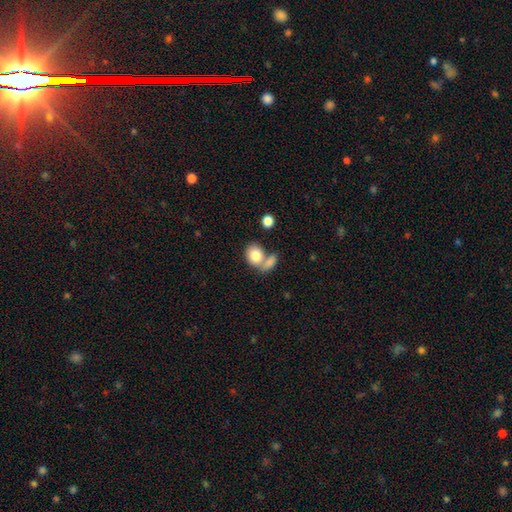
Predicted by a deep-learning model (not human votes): Smooth or featured: smooth — 81% (featured or disk — 11%)
How rounded: in between — 54% (round — 44%)
Merging: merger — 45% (none — 40%)